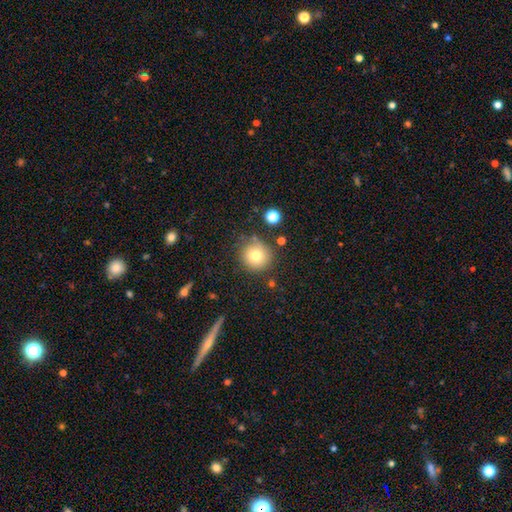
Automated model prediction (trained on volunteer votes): The model was most divided on "smooth or featured": smooth: 77%, star or artifact: 12%, featured or disk: 11%. More confident: how rounded — round (94%); merging — none (81%).